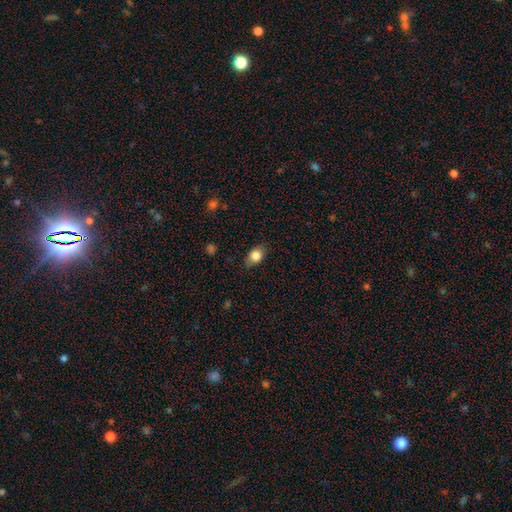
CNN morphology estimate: This appears to be a smooth galaxy with no disk features (81%) that is in between round and cigar-shaped (74%). Merging: none (78%).